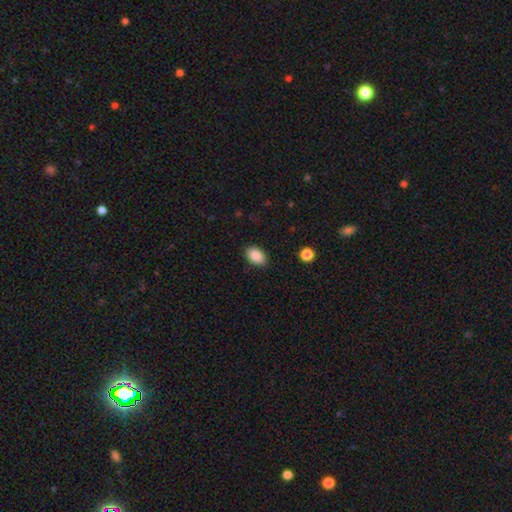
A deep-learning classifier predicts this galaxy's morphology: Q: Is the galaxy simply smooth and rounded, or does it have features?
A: smooth — 89%.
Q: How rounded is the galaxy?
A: in between — 86%.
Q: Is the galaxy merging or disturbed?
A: none — 87%.